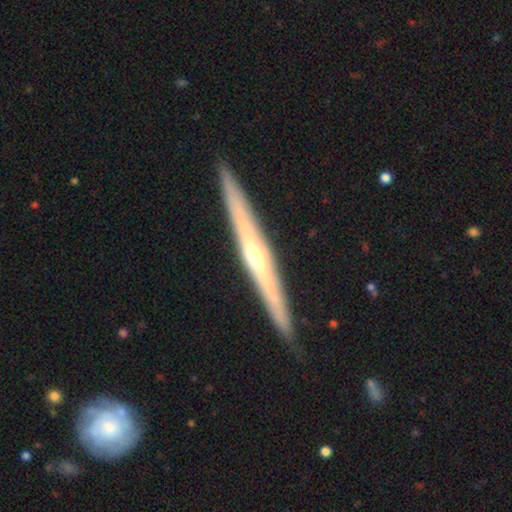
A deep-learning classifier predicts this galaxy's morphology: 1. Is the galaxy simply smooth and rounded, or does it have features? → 75% featured or disk, 20% smooth, 5% star or artifact.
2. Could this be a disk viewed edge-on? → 97% yes, 3% no.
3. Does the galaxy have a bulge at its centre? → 76% rounded, 19% none, 4% boxy.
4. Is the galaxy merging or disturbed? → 91% none, 6% minor disturbance, 1% major disturbance, 1% merger.